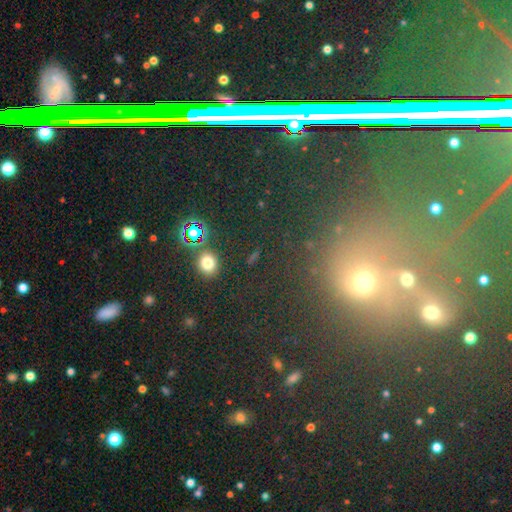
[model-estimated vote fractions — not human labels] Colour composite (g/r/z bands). It shows a star or artifact, not a galaxy (55%).